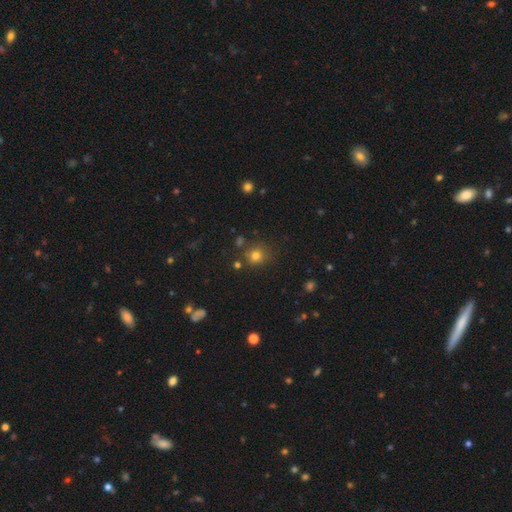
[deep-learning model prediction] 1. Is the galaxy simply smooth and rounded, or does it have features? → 76% smooth, 17% star or artifact, 7% featured or disk.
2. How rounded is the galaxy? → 82% round, 17% in between, 1% cigar-shaped.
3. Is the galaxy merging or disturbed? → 75% none, 13% minor disturbance, 8% merger, 4% major disturbance.